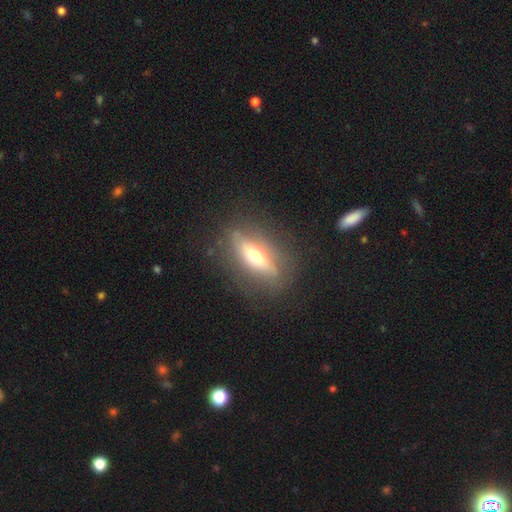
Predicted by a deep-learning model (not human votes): This is possibly a featured or disk galaxy (52%). It is likely viewed edge-on (67%). Merging: likely none (78%).